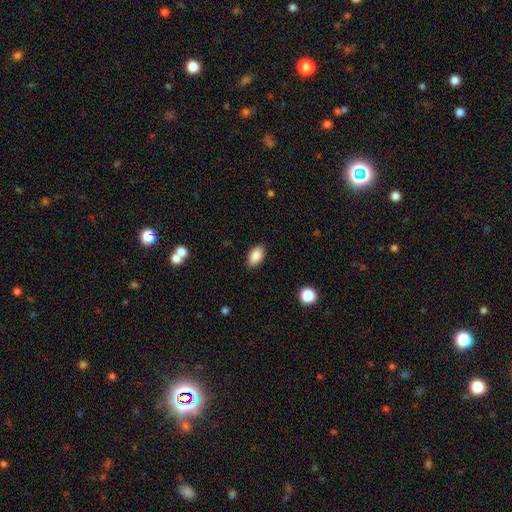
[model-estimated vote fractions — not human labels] This is clearly a smooth galaxy (88%). How rounded: clearly in between (92%). Merging: clearly none (87%).